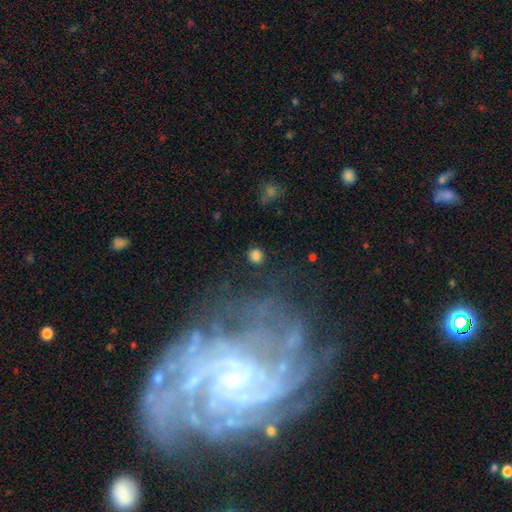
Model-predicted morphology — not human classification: smooth-or-featured: smooth: 82% | star or artifact: 12% | featured or disk: 6%
  how-rounded: round: 91% | in between: 8% | cigar-shaped: 1%
  merging: none: 86% | minor disturbance: 8% | major disturbance: 4% | merger: 2%